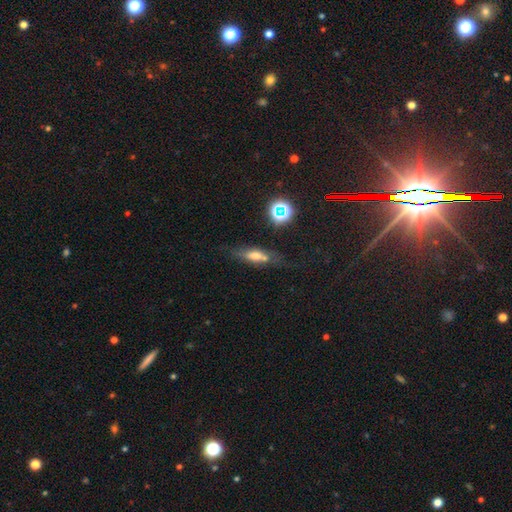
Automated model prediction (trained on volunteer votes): The model was most divided on "how rounded": in between: 47%, cigar-shaped: 44%, round: 9%. More confident: merging — none (59%); smooth or featured — smooth (51%).